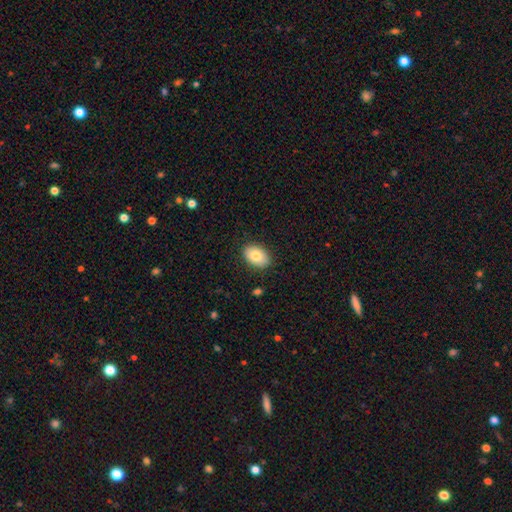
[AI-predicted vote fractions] A smooth galaxy with no disk features (81%) that is in between round and cigar-shaped (85%). Merging: none (87%).